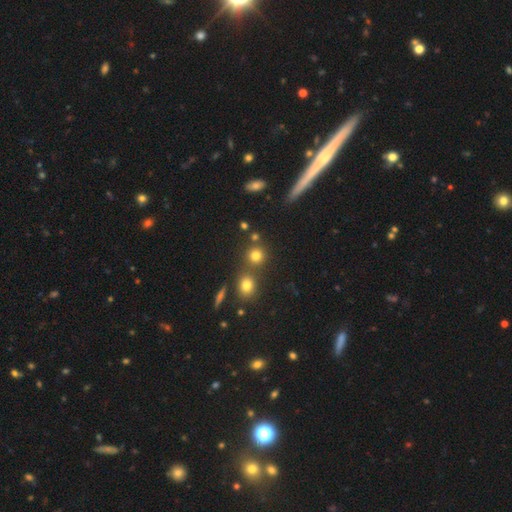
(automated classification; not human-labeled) Smooth or featured?
  - smooth: 77% *
  - star or artifact: 15%
  - featured or disk: 8%
How rounded?
  - round: 88% *
  - in between: 11%
  - cigar-shaped: 1%
Merging?
  - none: 69% *
  - merger: 20%
  - minor disturbance: 8%
  - major disturbance: 3%